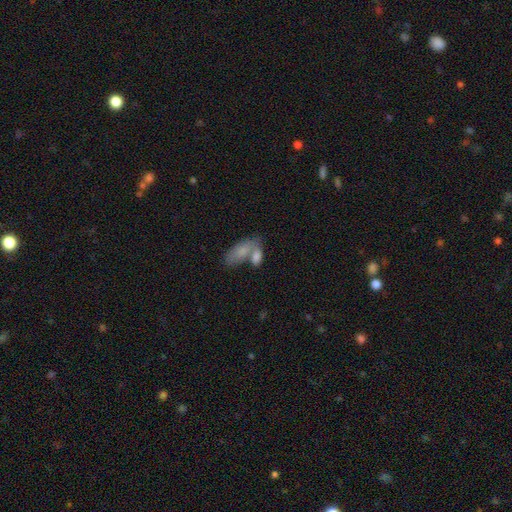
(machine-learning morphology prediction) smooth_or_featured: smooth (p=0.79) [alt: featured or disk p=0.14]
how_rounded: in between (p=0.87) [alt: cigar-shaped p=0.08]
merging: merger (p=0.55) [alt: none p=0.30]